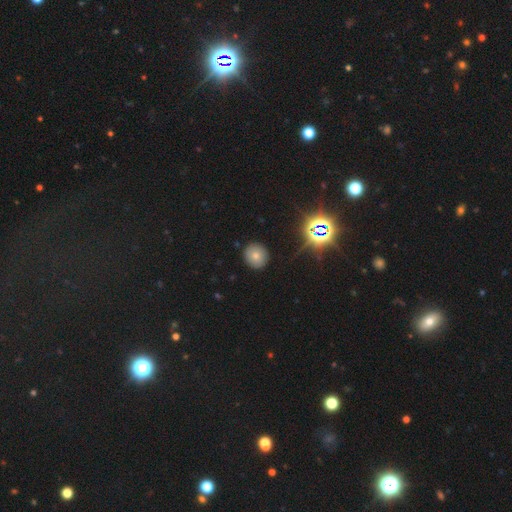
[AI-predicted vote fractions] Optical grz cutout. It shows a smooth galaxy with no disk features (70%) that is round (86%). Merging: none (89%).